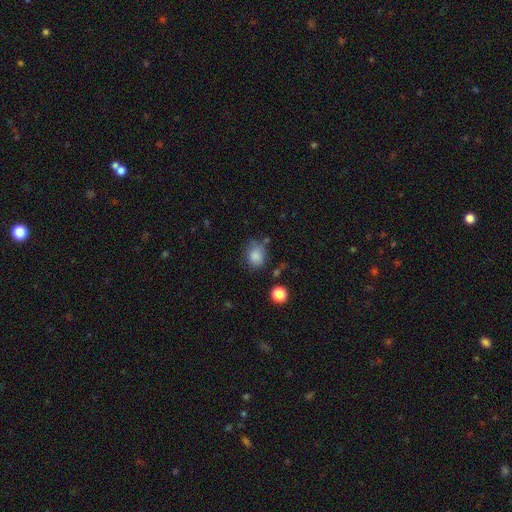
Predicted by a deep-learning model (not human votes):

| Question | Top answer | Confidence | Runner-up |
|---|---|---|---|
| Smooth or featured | smooth | 84% | star or artifact (10%) |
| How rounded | round | 61% | in between (38%) |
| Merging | none | 65% | minor disturbance (23%) |